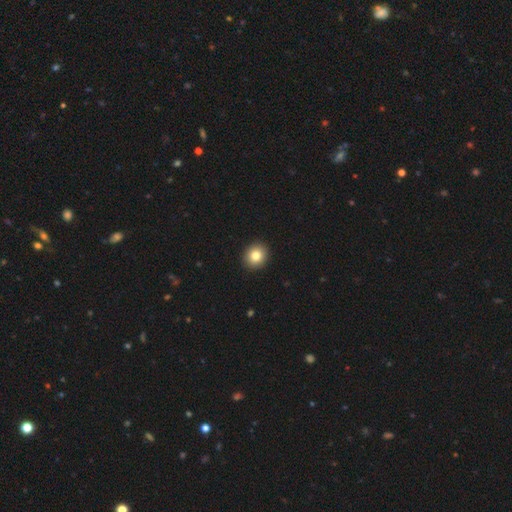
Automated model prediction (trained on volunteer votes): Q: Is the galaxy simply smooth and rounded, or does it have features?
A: smooth — 82%.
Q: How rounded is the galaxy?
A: round — 79%.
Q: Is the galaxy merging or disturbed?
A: none — 93%.